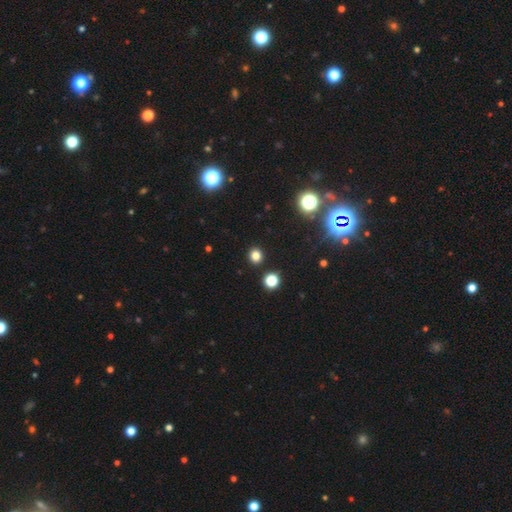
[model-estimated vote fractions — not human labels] This appears to be a smooth galaxy with no disk features (78%) that is round (85%). Merging: none (90%).